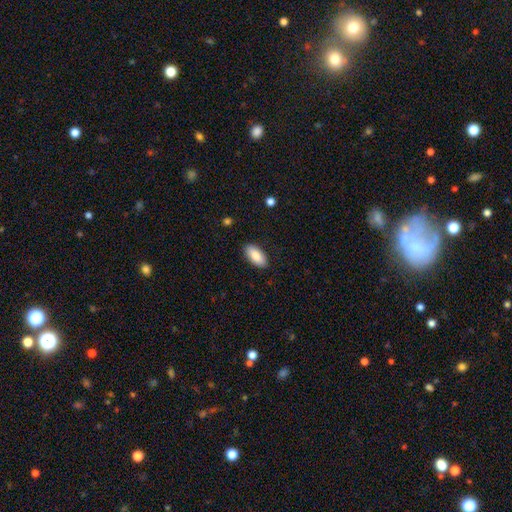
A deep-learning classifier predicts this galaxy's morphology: The model was most divided on "smooth or featured": smooth: 84%, featured or disk: 10%, star or artifact: 6%. More confident: how rounded — in between (92%); merging — none (89%).